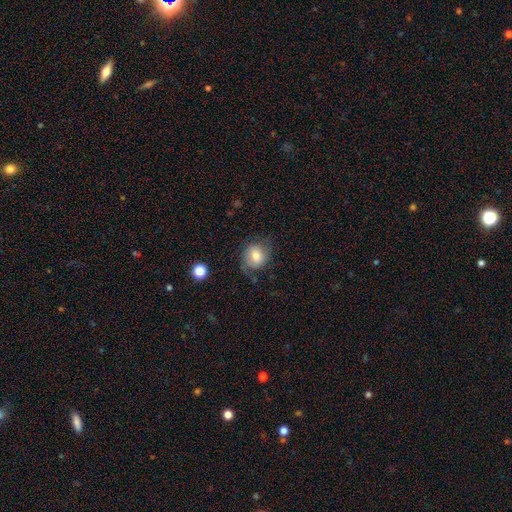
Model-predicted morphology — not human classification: Smooth or featured: smooth — 71% (featured or disk — 20%)
How rounded: round — 71% (in between — 28%)
Merging: none — 63% (minor disturbance — 23%)